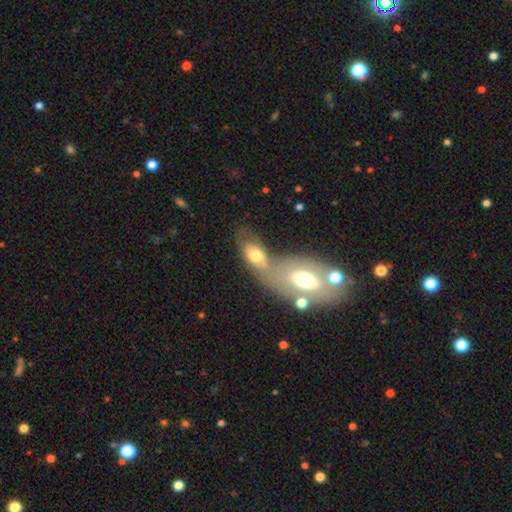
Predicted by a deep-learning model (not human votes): A smooth galaxy with no disk features (55%) that is in between round and cigar-shaped (85%).

Vote fractions:
- Smooth or featured? smooth: 55% / featured or disk: 37% / star or artifact: 8%
- How rounded? in between: 85% / round: 10% / cigar-shaped: 5%
- Merging? merger: 61% / none: 22% / minor disturbance: 10% / major disturbance: 7%